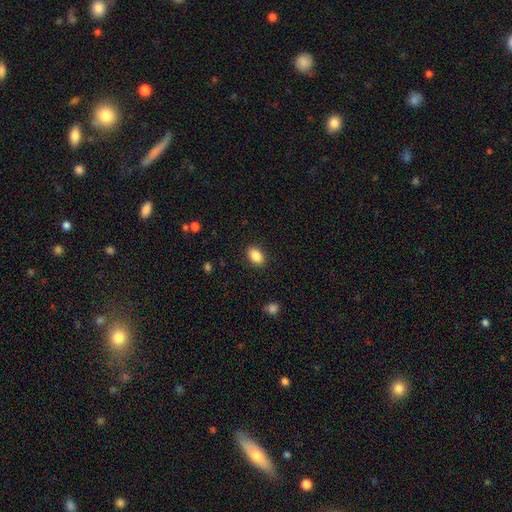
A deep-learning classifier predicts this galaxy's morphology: Smooth or featured? Predicted: smooth (p=0.87). How rounded? Predicted: in between (p=0.85). Merging? Predicted: none (p=0.89).